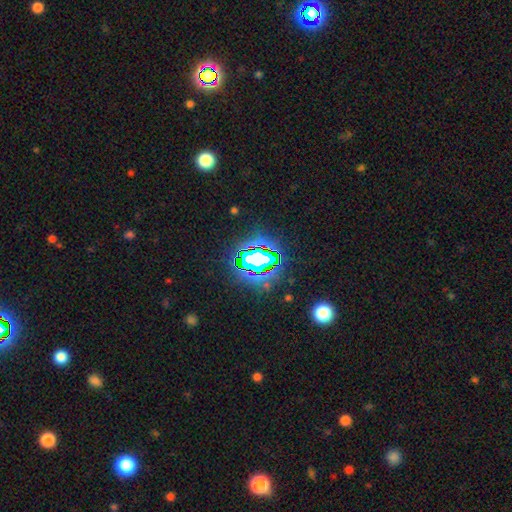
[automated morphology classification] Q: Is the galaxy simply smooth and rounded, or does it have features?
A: star or artifact — 70%.